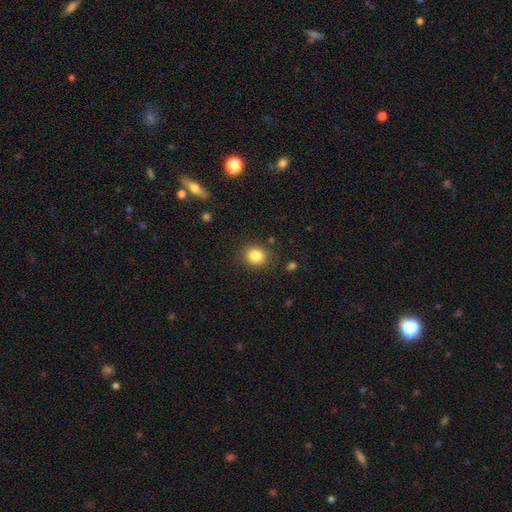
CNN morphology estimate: A smooth galaxy with no disk features (84%) that is round (76%). Merging: none (87%).